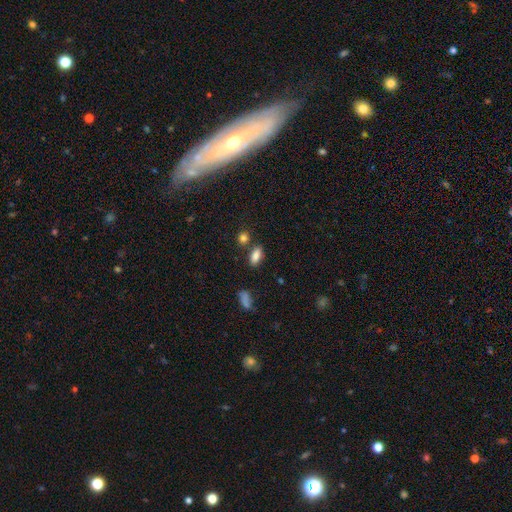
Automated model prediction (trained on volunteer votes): smooth 85%, star or artifact 9%, featured or disk 6%. Down the decision tree: how rounded — in between (84%); merging — none (77%).